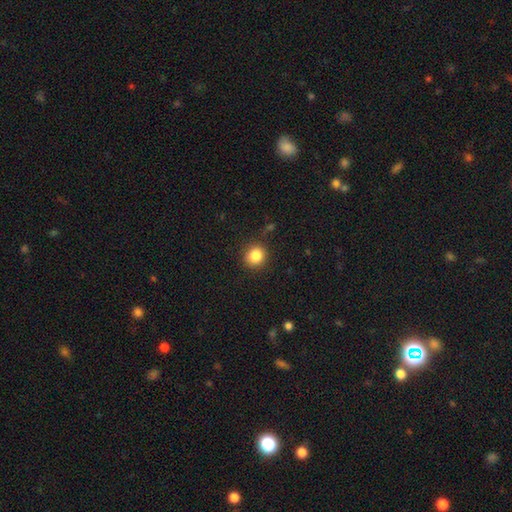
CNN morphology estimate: The model was most divided on "how rounded": round: 83%, in between: 16%, cigar-shaped: 1%. More confident: merging — none (87%); smooth or featured — smooth (85%).